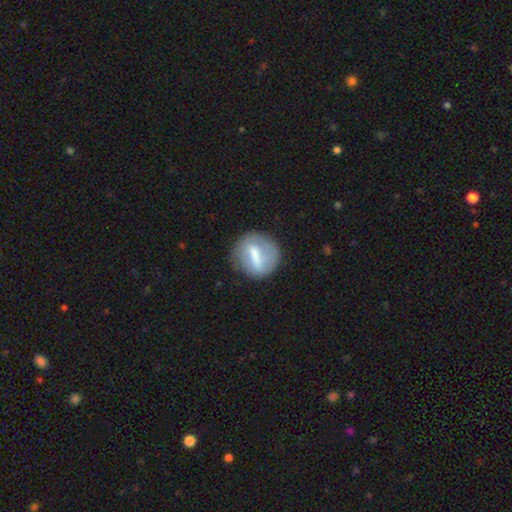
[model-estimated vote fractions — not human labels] Overall: featured or disk (47%; smooth 46%). Merging: none (71%).